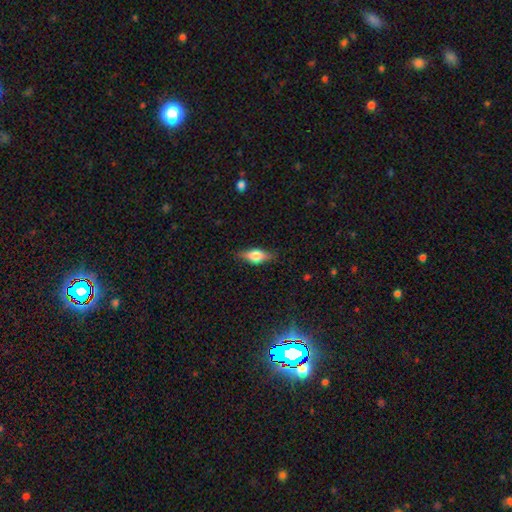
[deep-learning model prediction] A smooth galaxy with no disk features (58%) that is in between round and cigar-shaped (75%). Merging: none (80%).